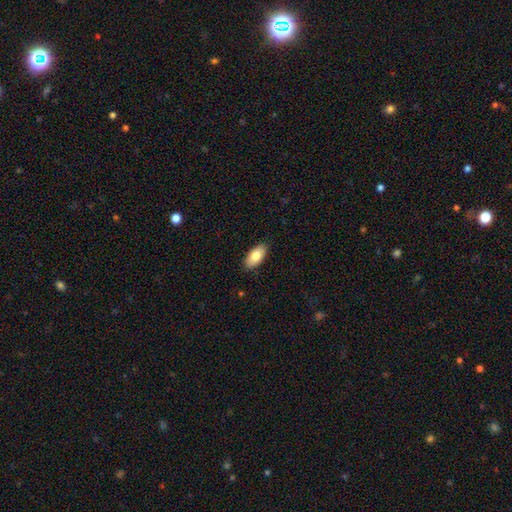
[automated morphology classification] The model was most divided on "smooth or featured": smooth: 80%, featured or disk: 13%, star or artifact: 6%. More confident: how rounded — in between (92%); merging — none (88%).